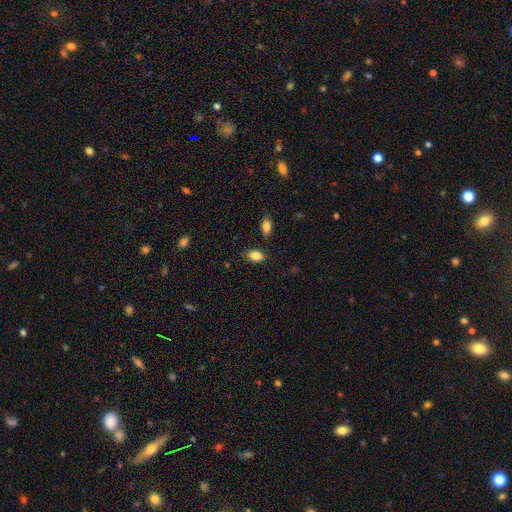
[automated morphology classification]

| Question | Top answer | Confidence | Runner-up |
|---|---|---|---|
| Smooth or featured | smooth | 85% | star or artifact (8%) |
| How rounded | in between | 87% | round (10%) |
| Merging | none | 79% | minor disturbance (15%) |